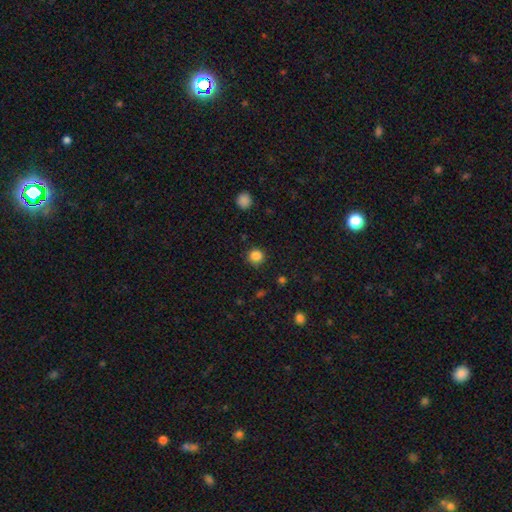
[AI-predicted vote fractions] Smooth or featured?
  - smooth: 85% *
  - star or artifact: 12%
  - featured or disk: 3%
How rounded?
  - round: 91% *
  - in between: 8%
  - cigar-shaped: 1%
Merging?
  - none: 87% *
  - minor disturbance: 9%
  - major disturbance: 3%
  - merger: 1%